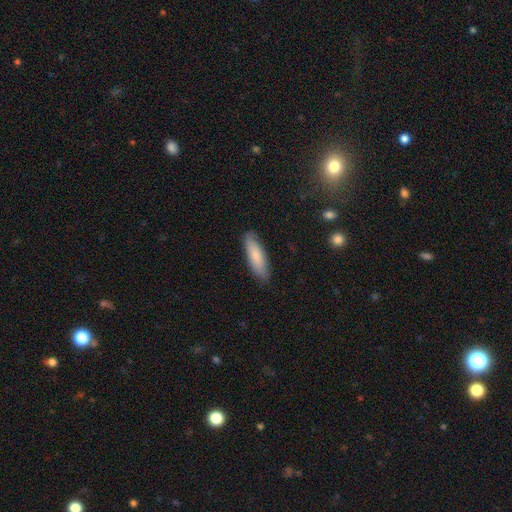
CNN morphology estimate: The model was most divided on "how rounded": cigar-shaped: 55%, in between: 43%, round: 2%. More confident: merging — none (84%); smooth or featured — smooth (78%).